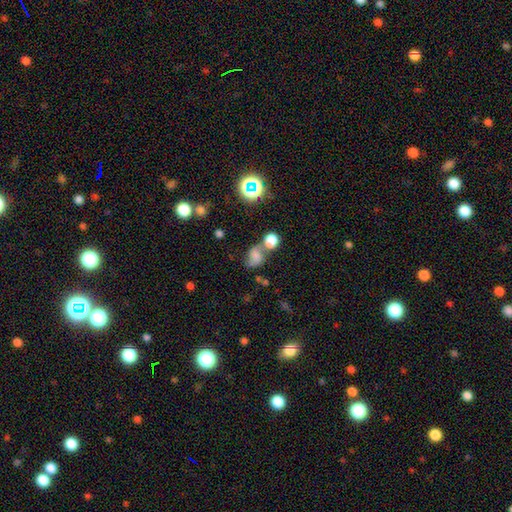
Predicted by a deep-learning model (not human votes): Smooth or featured? Predicted: smooth (p=0.53). How rounded? Predicted: in between (p=0.55). Merging? Predicted: merger (p=0.48).